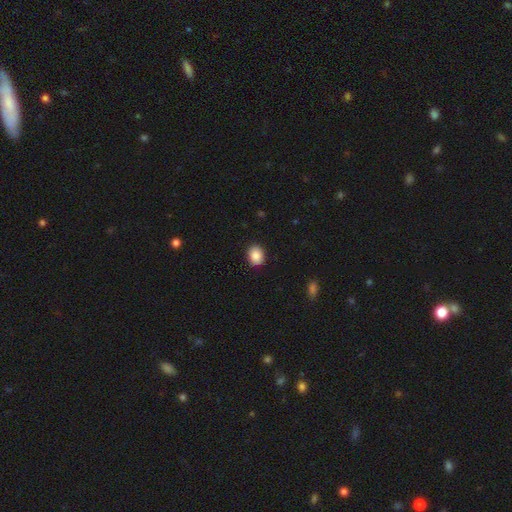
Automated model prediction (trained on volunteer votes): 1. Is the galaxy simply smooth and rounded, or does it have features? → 87% smooth, 8% star or artifact, 5% featured or disk.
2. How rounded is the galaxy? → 57% round, 42% in between, 1% cigar-shaped.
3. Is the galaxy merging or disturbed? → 90% none, 7% minor disturbance, 2% major disturbance, 1% merger.